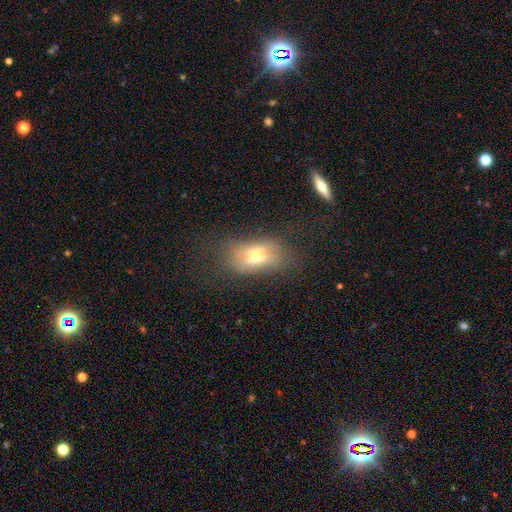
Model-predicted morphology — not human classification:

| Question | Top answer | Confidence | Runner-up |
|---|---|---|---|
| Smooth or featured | smooth | 51% | featured or disk (37%) |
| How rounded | in between | 83% | round (11%) |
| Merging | none | 52% | minor disturbance (24%) |